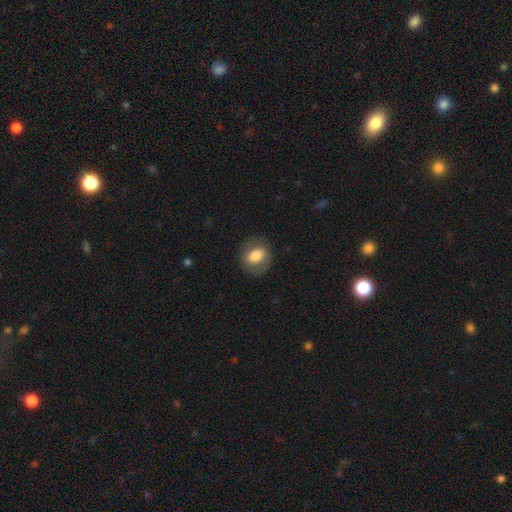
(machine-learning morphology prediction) Smooth or featured?
  - smooth: 73% *
  - featured or disk: 19%
  - star or artifact: 7%
How rounded?
  - in between: 50% *
  - round: 49%
  - cigar-shaped: 1%
Merging?
  - none: 81% *
  - minor disturbance: 13%
  - major disturbance: 6%
  - merger: 1%